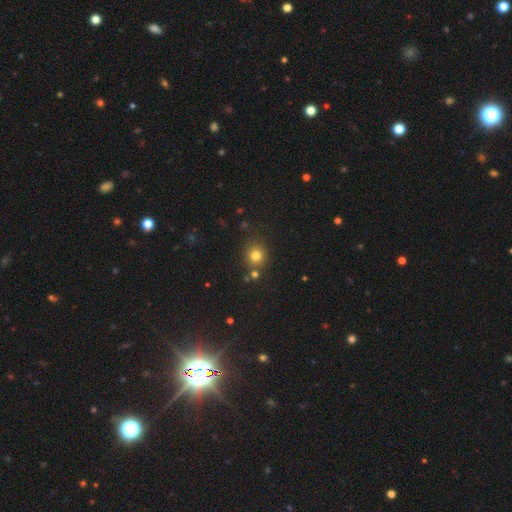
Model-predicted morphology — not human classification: Smooth or featured: smooth — 78% (star or artifact — 16%)
How rounded: round — 88% (in between — 11%)
Merging: none — 78% (merger — 10%)